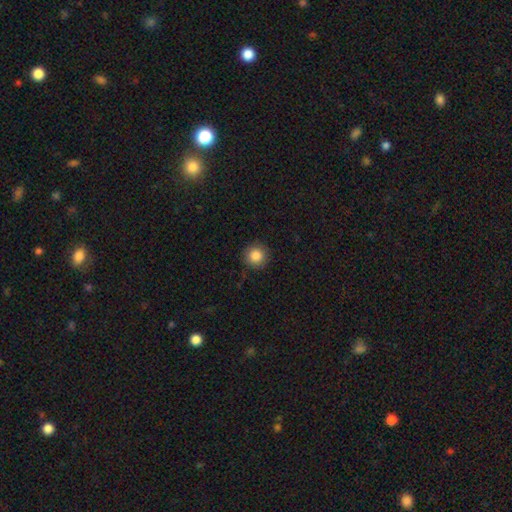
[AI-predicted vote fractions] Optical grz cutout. It shows a smooth galaxy with no disk features (86%) that is round (95%). Merging: none (90%).